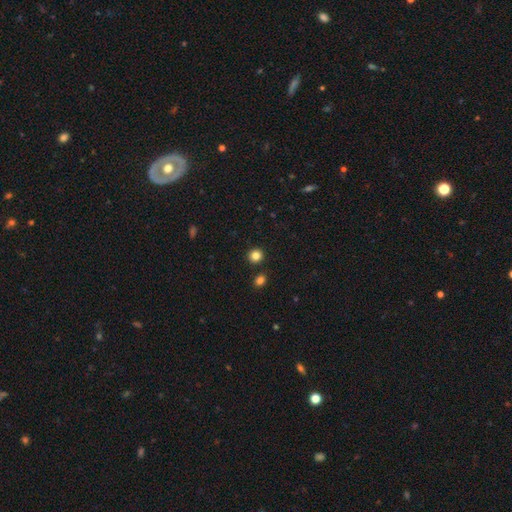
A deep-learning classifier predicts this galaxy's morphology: A smooth galaxy with no disk features (84%) that is round (88%).

Vote fractions:
- Smooth or featured? smooth: 84% / star or artifact: 12% / featured or disk: 4%
- How rounded? round: 88% / in between: 11% / cigar-shaped: 1%
- Merging? none: 89% / minor disturbance: 5% / merger: 4% / major disturbance: 2%